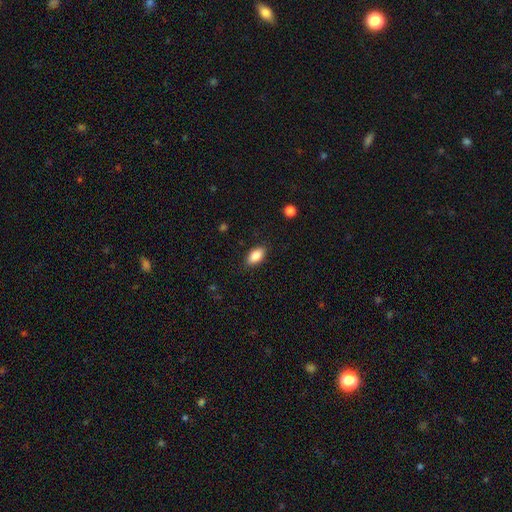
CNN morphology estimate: smooth 87%, star or artifact 7%, featured or disk 6%. Down the decision tree: how rounded — in between (92%); merging — none (86%).